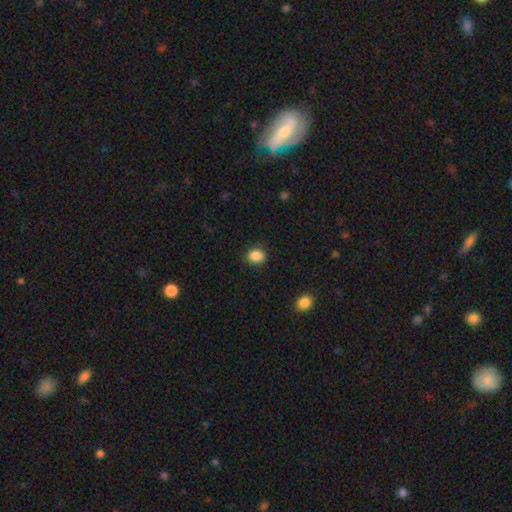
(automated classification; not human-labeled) smooth_or_featured: smooth (p=0.88) [alt: star or artifact p=0.09]
how_rounded: round (p=0.59) [alt: in between p=0.40]
merging: none (p=0.87) [alt: minor disturbance p=0.09]